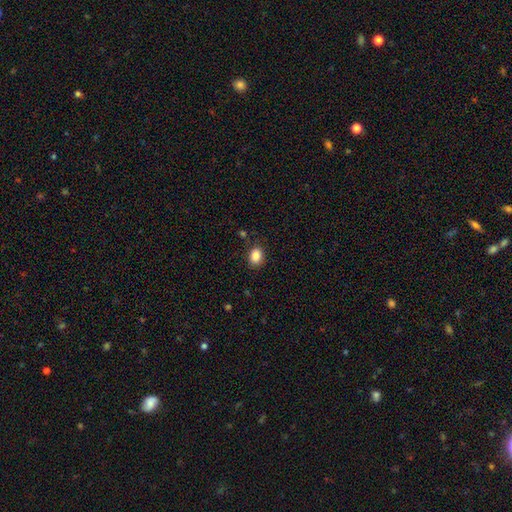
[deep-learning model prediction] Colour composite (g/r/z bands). It shows a smooth galaxy with no disk features (86%) that is in between round and cigar-shaped (64%). Merging: none (85%).